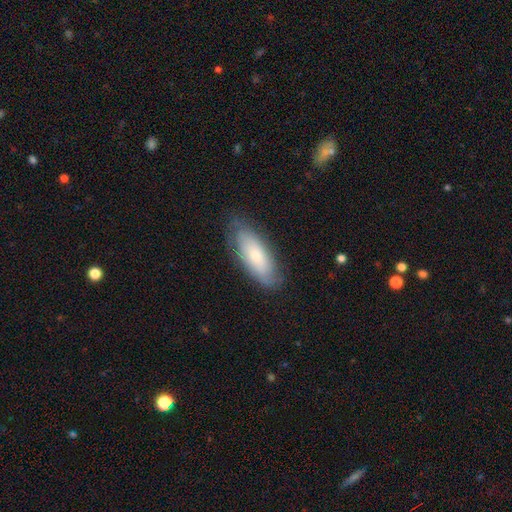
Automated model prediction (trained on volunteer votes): Morphology: type=smooth (58%); roundness=in between (79%); merging=none (76%).